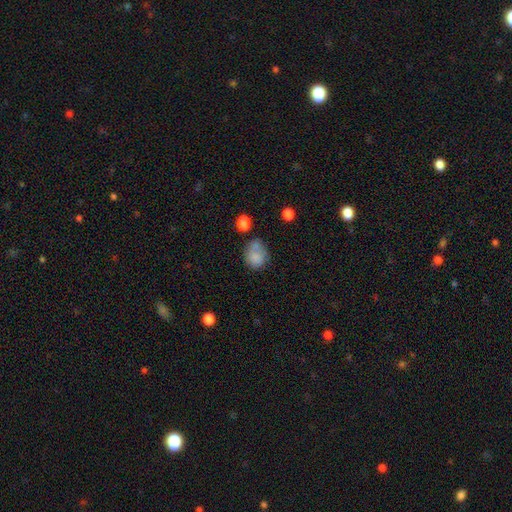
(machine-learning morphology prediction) smooth-or-featured: smooth: 78% | featured or disk: 12% | star or artifact: 10%
  how-rounded: round: 56% | in between: 43% | cigar-shaped: 1%
  merging: none: 46% | minor disturbance: 26% | merger: 14% | major disturbance: 13%